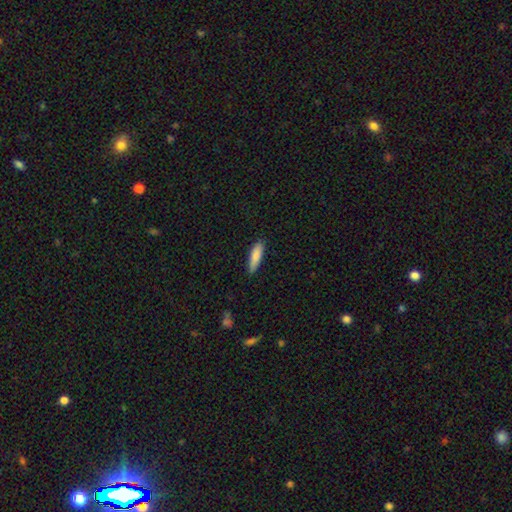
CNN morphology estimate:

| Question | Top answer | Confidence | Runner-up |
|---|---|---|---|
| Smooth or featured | smooth | 85% | featured or disk (9%) |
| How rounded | cigar-shaped | 65% | in between (33%) |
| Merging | none | 85% | minor disturbance (12%) |